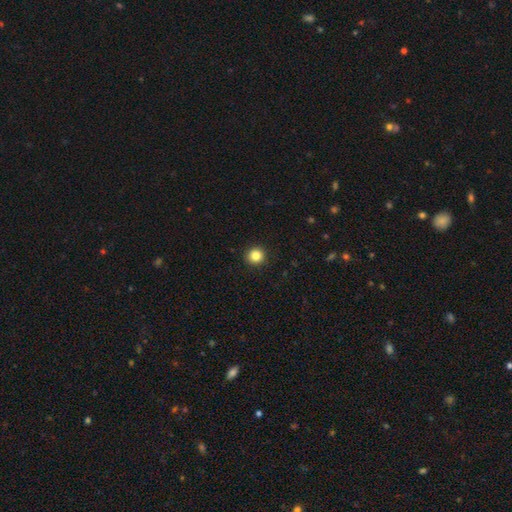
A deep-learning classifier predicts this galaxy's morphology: The model was most divided on "smooth or featured": smooth: 84%, star or artifact: 11%, featured or disk: 5%. More confident: how rounded — round (94%); merging — none (93%).